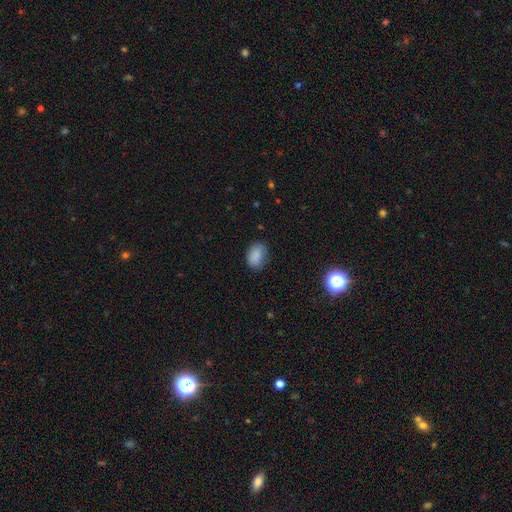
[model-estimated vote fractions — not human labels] Smooth or featured: smooth — 85% (star or artifact — 8%)
How rounded: in between — 74% (round — 25%)
Merging: none — 76% (minor disturbance — 19%)